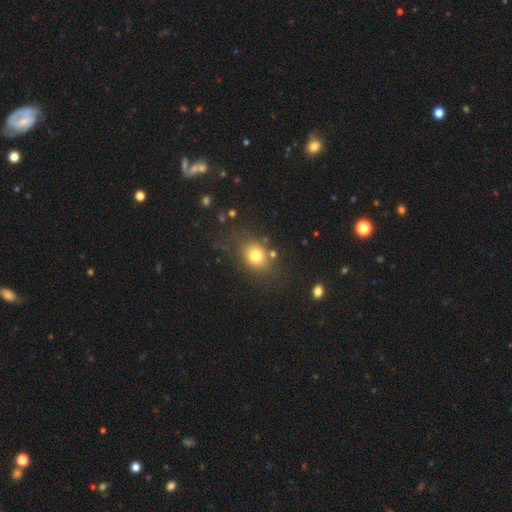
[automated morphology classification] This is likely a smooth galaxy (78%). How rounded: possibly in between (51%). Merging: likely none (73%).